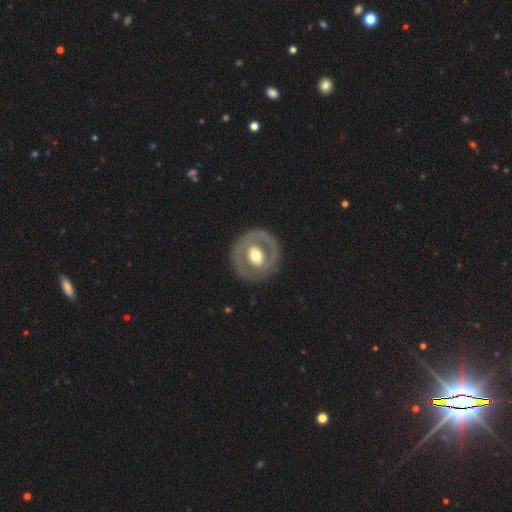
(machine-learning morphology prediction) Smooth or featured: featured or disk — 65% (smooth — 31%)
Edge-on disk: no — 96% (yes — 4%)
Bar: no — 56% (weak — 29%)
Spiral arms: no — 66% (yes — 34%)
Bulge size: moderate — 65% (large — 26%)
Merging: none — 81% (minor disturbance — 12%)